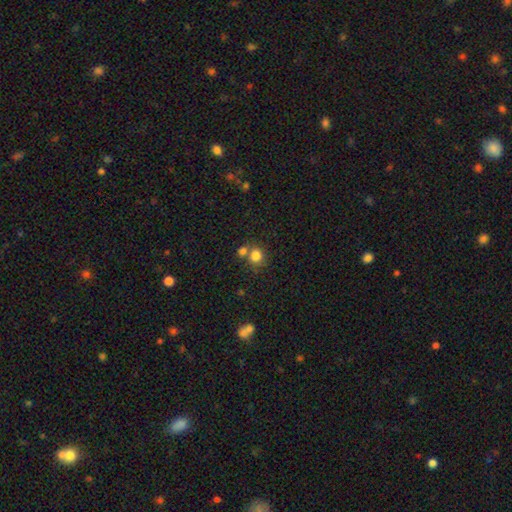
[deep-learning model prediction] This is clearly a smooth galaxy (82%). How rounded: clearly round (81%). Merging: possibly none (58%).